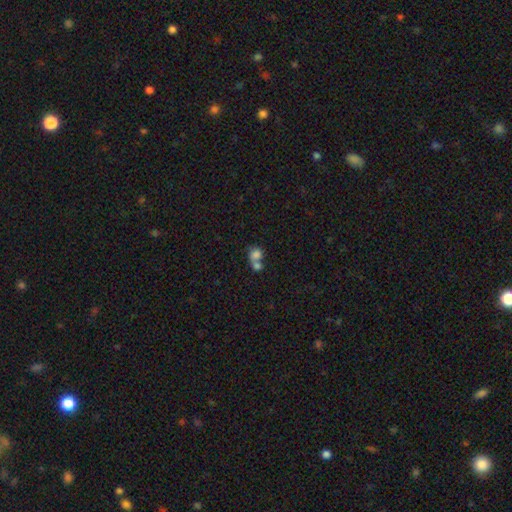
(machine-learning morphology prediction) smooth_or_featured: smooth (p=0.77) [alt: featured or disk p=0.13]
how_rounded: round (p=0.69) [alt: in between p=0.30]
merging: merger (p=0.65) [alt: none p=0.24]